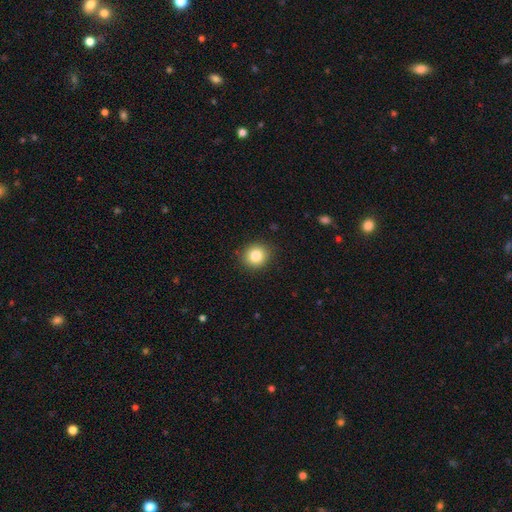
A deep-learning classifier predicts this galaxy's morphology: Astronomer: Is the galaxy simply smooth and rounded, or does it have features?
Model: smooth — 83%.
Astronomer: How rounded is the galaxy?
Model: round — 87%.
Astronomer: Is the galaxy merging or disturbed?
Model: none — 89%.